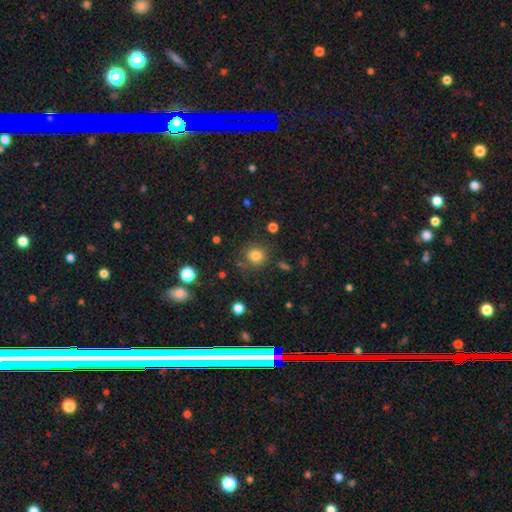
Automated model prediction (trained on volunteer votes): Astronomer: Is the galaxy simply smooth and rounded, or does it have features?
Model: smooth — 80%.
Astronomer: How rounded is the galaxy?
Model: round — 88%.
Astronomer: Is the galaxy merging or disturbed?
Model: none — 81%.